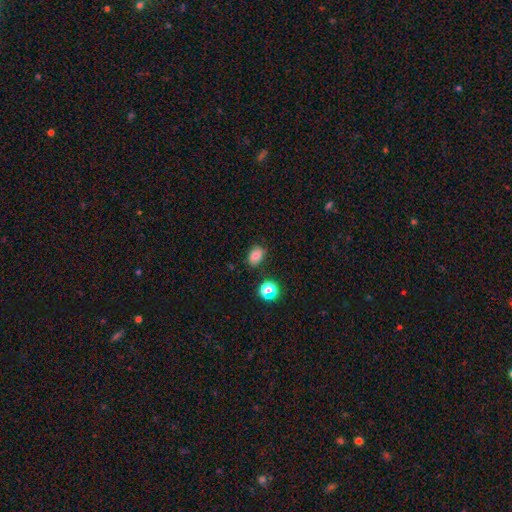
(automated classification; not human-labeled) smooth_or_featured: smooth (p=0.77) [alt: star or artifact p=0.15]
how_rounded: in between (p=0.76) [alt: round p=0.23]
merging: none (p=0.79) [alt: minor disturbance p=0.14]